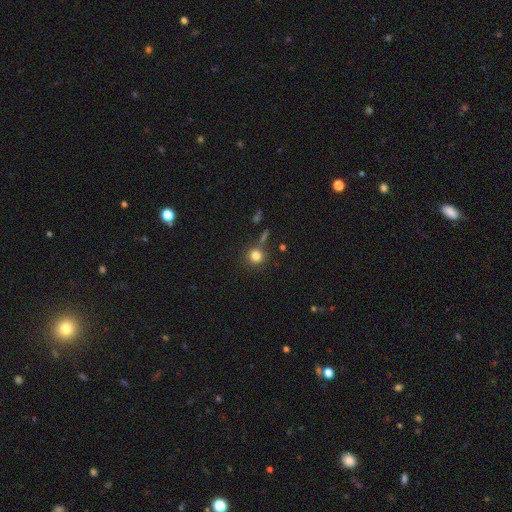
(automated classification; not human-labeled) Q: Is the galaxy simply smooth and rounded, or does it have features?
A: smooth — 81%.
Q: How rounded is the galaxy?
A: round — 92%.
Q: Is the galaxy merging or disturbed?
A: none — 78%.